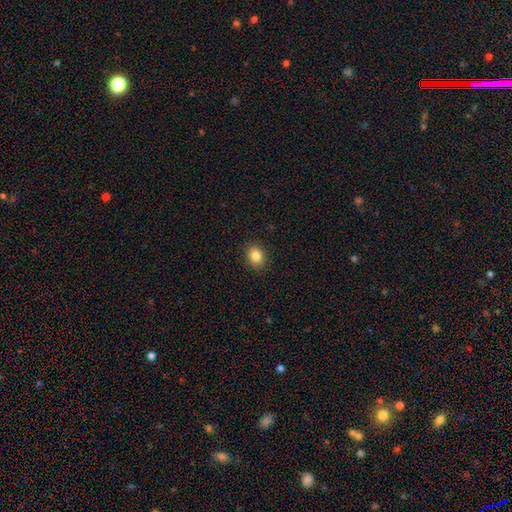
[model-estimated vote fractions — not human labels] Smooth or featured? Predicted: smooth (p=0.85). How rounded? Predicted: in between (p=0.54). Merging? Predicted: none (p=0.90).